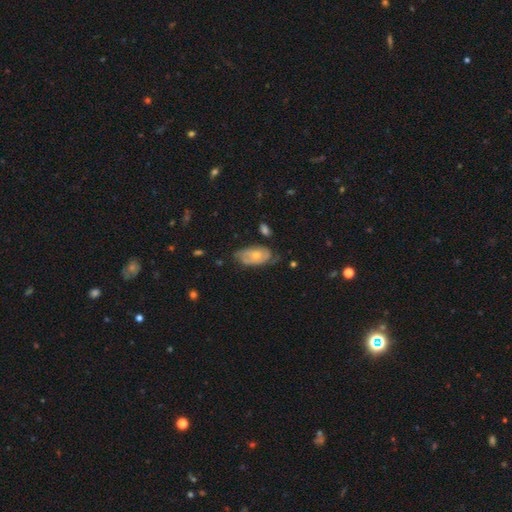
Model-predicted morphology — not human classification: The model was most divided on "smooth or featured": featured or disk: 50%, smooth: 43%, star or artifact: 6%. Remaining: edge-on disk — no (92%); merging — none (50%).